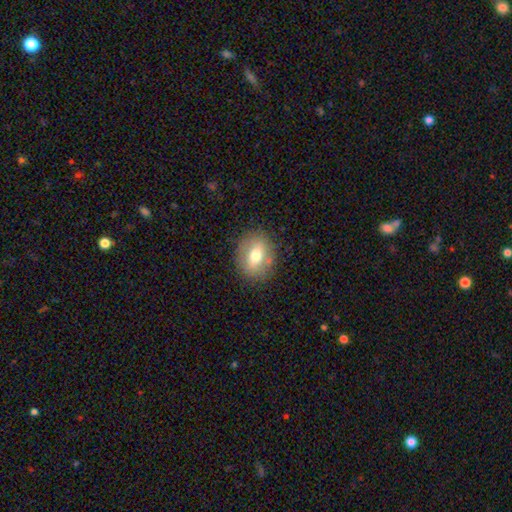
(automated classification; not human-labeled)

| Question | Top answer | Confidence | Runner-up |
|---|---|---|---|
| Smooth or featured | smooth | 66% | featured or disk (26%) |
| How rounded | in between | 50% | round (48%) |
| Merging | none | 84% | minor disturbance (11%) |